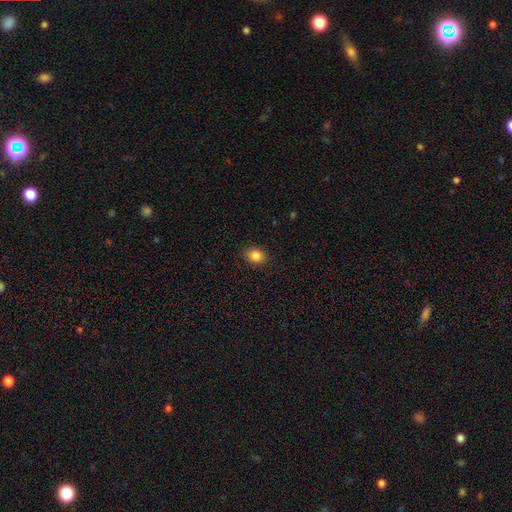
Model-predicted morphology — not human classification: The model was most divided on "how rounded": round: 52%, in between: 47%, cigar-shaped: 1%. More confident: merging — none (89%); smooth or featured — smooth (84%).